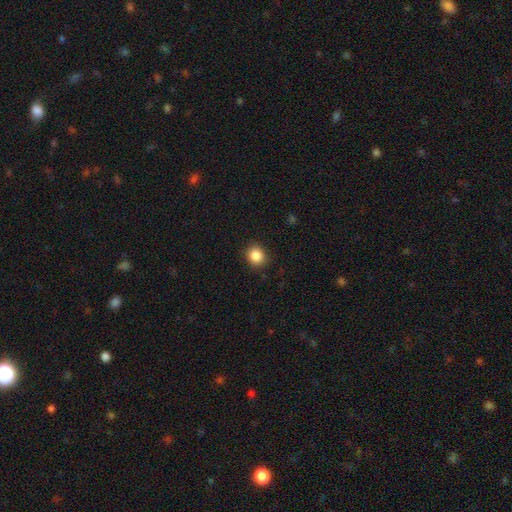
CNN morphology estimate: A smooth galaxy with no disk features (86%) that is round (81%). Merging: none (90%).